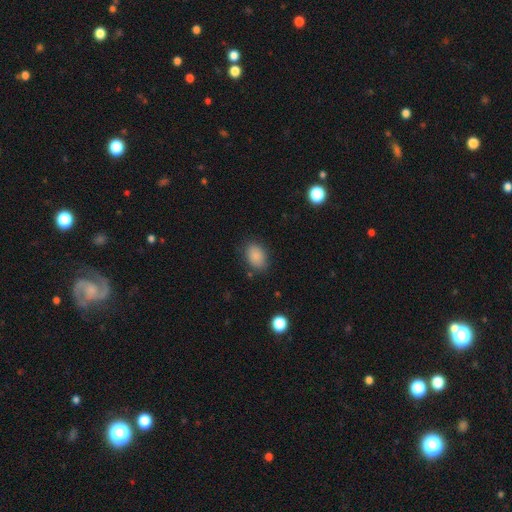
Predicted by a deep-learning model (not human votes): Overall: smooth (86%). How rounded: in between (80%). Merging: none (81%).